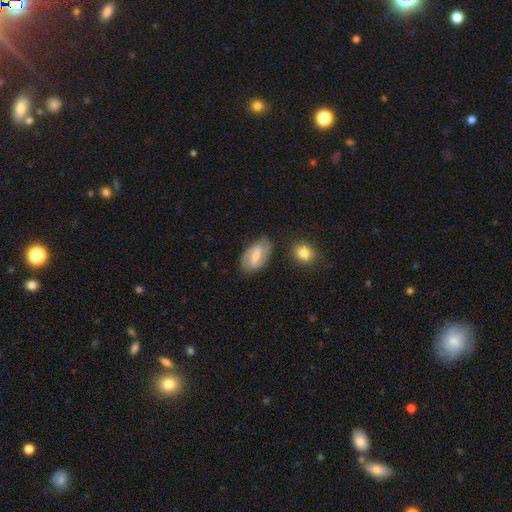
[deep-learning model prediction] Smooth or featured: featured or disk — 67% (smooth — 27%)
Edge-on disk: no — 96% (yes — 4%)
Bar: weak — 45% (strong — 40%)
Spiral arms: yes — 88% (no — 12%)
Spiral winding: medium — 47% (tight — 32%)
Spiral arm count: 2 — 85% (can't tell — 9%)
Bulge size: small — 47% (moderate — 39%)
Merging: none — 78% (minor disturbance — 15%)